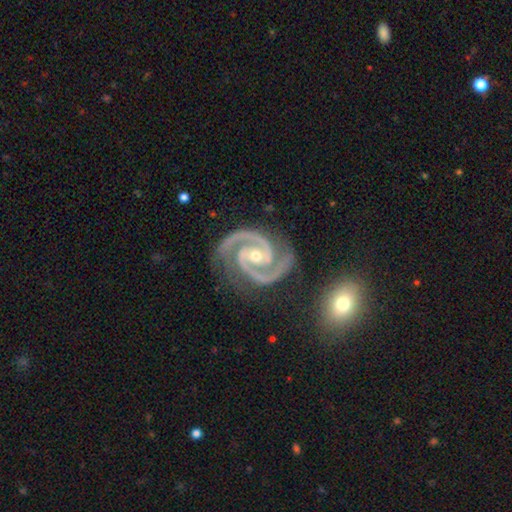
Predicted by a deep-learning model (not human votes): featured or disk 95%, star or artifact 4%, smooth 2%. Down the decision tree: edge-on disk — no (98%); bar — no (51%); spiral arms — yes (99%); spiral arm count — 2 (93%); spiral winding — tight (53%); bulge size — small (50%); merging — none (81%).